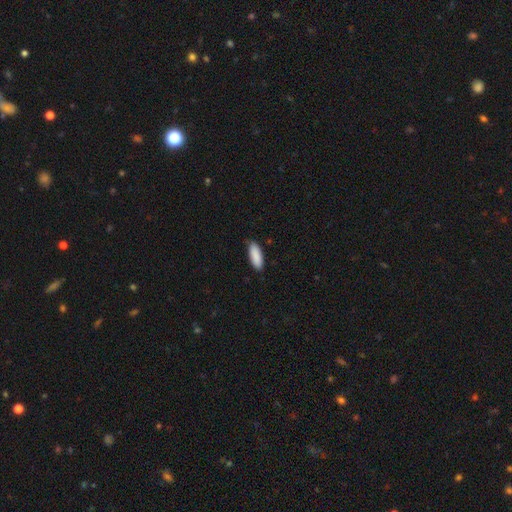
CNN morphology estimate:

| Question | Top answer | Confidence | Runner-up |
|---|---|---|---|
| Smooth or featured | smooth | 90% | star or artifact (6%) |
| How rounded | in between | 71% | cigar-shaped (28%) |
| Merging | none | 85% | minor disturbance (12%) |